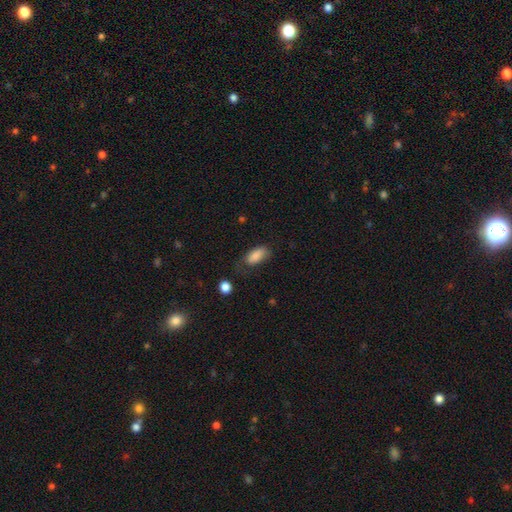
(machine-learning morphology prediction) Smooth or featured? smooth (85%)
How rounded? in between (91%)
Merging? none (51%)